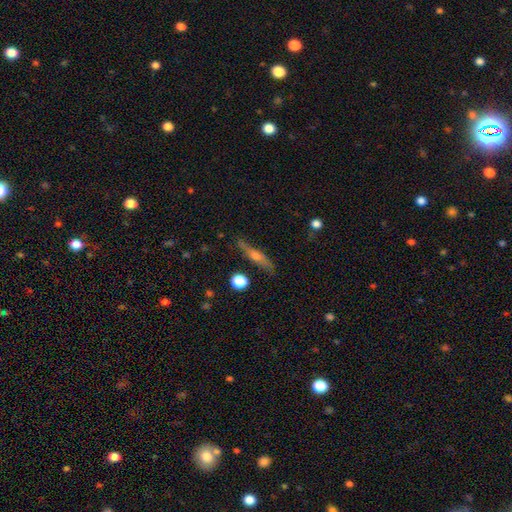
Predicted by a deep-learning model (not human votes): Smooth or featured? featured or disk (61%)
Edge-on disk? yes (93%)
Edge-on bulge? rounded (84%)
Merging? none (83%)